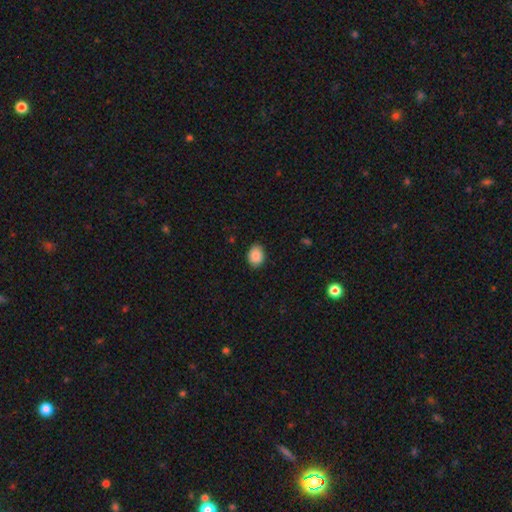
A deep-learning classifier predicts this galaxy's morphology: A smooth galaxy with no disk features (89%) that is in between round and cigar-shaped (58%).

Vote fractions:
- Smooth or featured? smooth: 89% / star or artifact: 8% / featured or disk: 4%
- How rounded? in between: 58% / round: 41% / cigar-shaped: 1%
- Merging? none: 86% / minor disturbance: 11% / major disturbance: 2% / merger: 1%